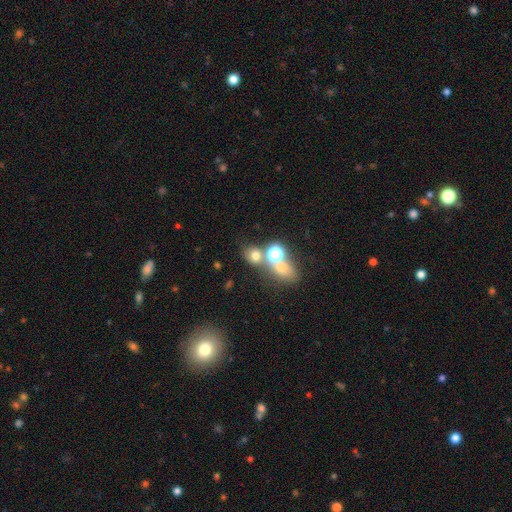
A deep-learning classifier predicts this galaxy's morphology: Overall: smooth (65%). How rounded: round (67%; in between 32%). Merging: none (52%; merger 33%).